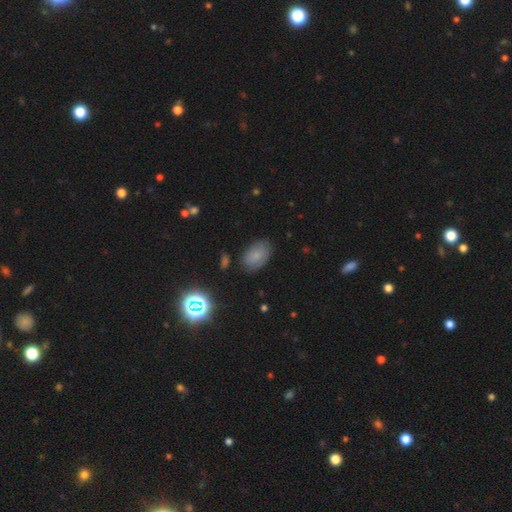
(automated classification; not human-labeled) Morphology: type=smooth (76%); roundness=in between (89%); merging=none (78%).